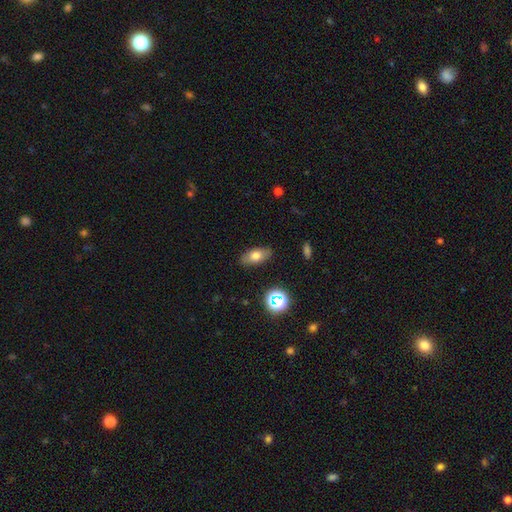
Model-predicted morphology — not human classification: The model was most divided on "smooth or featured": smooth: 71%, featured or disk: 18%, star or artifact: 11%. More confident: merging — none (86%); how rounded — in between (83%).